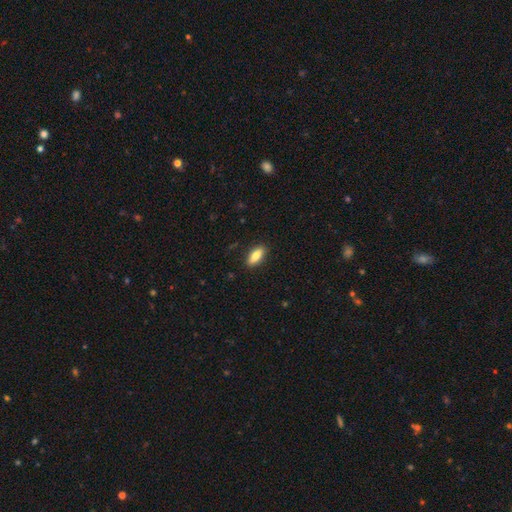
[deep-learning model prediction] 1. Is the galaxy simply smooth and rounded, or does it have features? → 79% smooth, 15% featured or disk, 6% star or artifact.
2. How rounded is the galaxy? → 78% in between, 20% cigar-shaped, 3% round.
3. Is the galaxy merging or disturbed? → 89% none, 8% minor disturbance, 2% major disturbance, 1% merger.